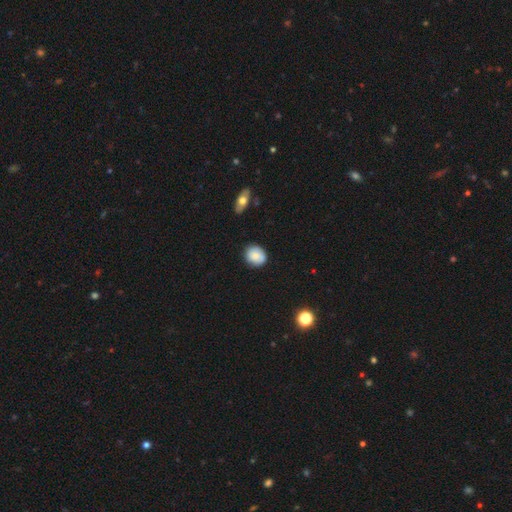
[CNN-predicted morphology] The model was most divided on "how rounded": round: 74%, in between: 24%, cigar-shaped: 1%. More confident: merging — none (78%); smooth or featured — smooth (76%).